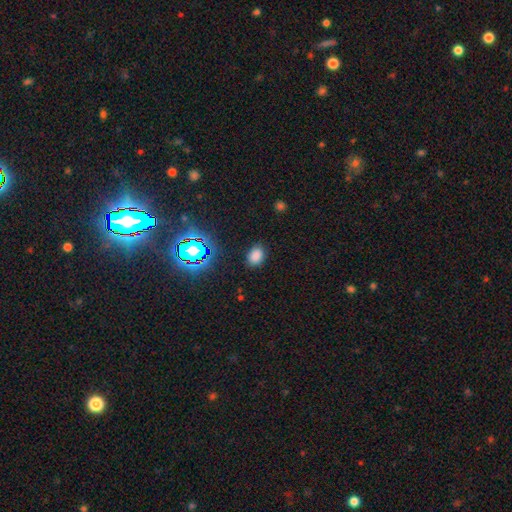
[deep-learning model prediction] smooth-or-featured: smooth: 78% | star or artifact: 17% | featured or disk: 5%
  how-rounded: in between: 73% | round: 26% | cigar-shaped: 1%
  merging: none: 84% | minor disturbance: 12% | major disturbance: 3% | merger: 1%